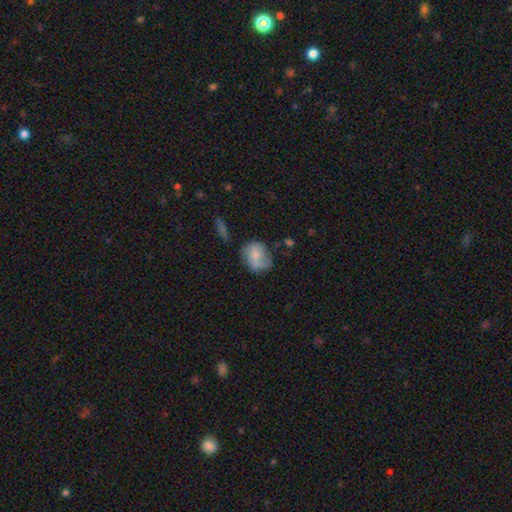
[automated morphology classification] Smooth or featured: smooth — 68% (featured or disk — 23%)
How rounded: round — 51% (in between — 48%)
Merging: none — 48% (minor disturbance — 31%)